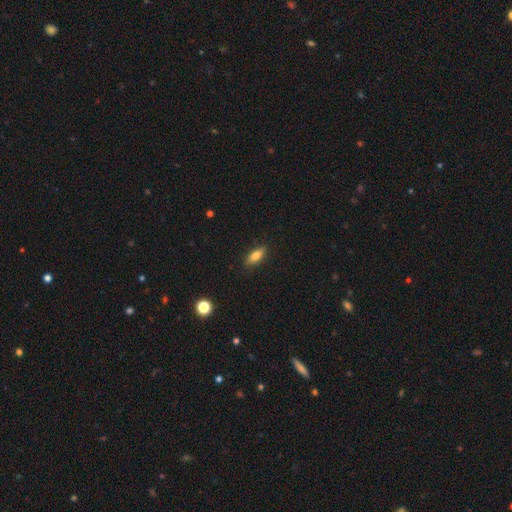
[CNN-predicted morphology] smooth-or-featured: smooth: 76% | featured or disk: 17% | star or artifact: 8%
  how-rounded: in between: 68% | cigar-shaped: 29% | round: 3%
  merging: none: 87% | minor disturbance: 9% | major disturbance: 2% | merger: 1%